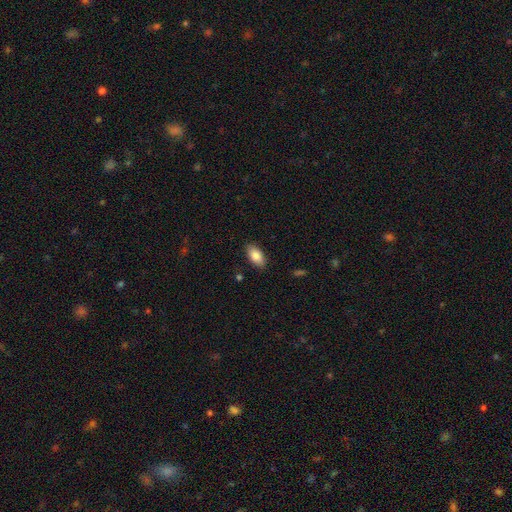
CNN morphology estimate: The model was most divided on "merging": none: 87%, minor disturbance: 10%, major disturbance: 2%, merger: 1%. More confident: how rounded — in between (92%); smooth or featured — smooth (86%).